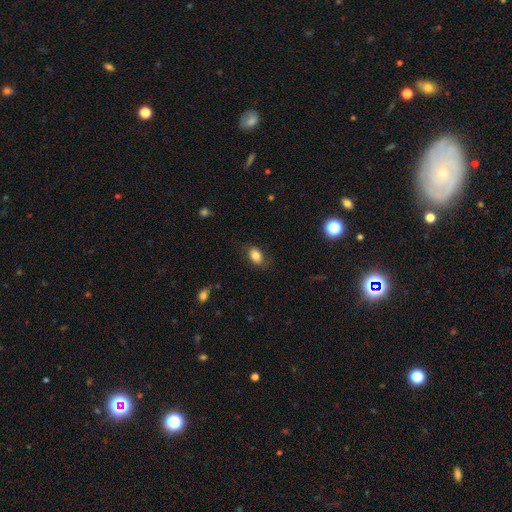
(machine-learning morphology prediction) smooth 82%, featured or disk 10%, star or artifact 8%. Down the decision tree: how rounded — in between (86%); merging — none (79%).